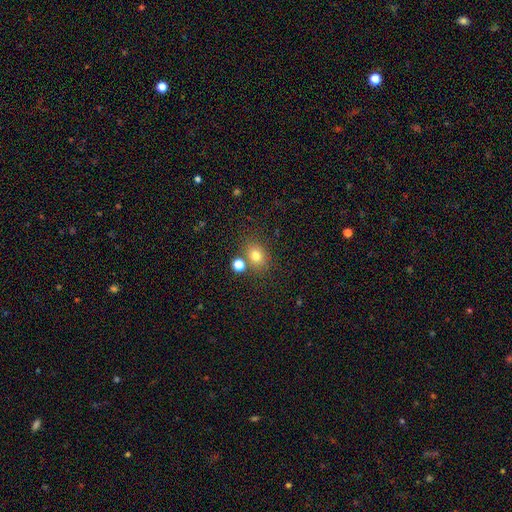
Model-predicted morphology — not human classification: This appears to be a smooth galaxy with no disk features (76%) that is round (54%). Merging: none (71%).